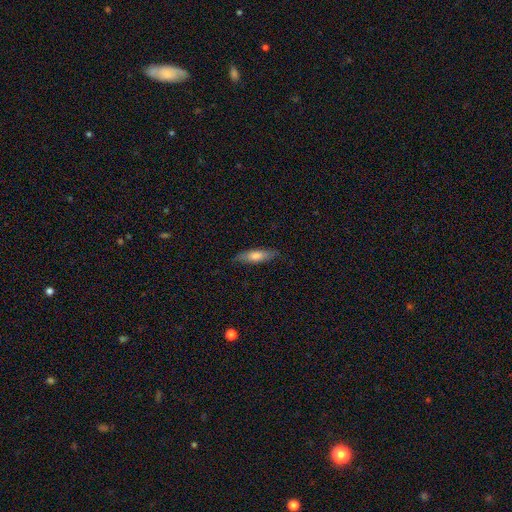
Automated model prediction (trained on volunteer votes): A smooth galaxy with no disk features (68%) that is cigar-shaped (60%).

Vote fractions:
- Smooth or featured? smooth: 68% / featured or disk: 26% / star or artifact: 6%
- How rounded? cigar-shaped: 60% / in between: 38% / round: 2%
- Merging? none: 82% / minor disturbance: 14% / major disturbance: 3% / merger: 1%